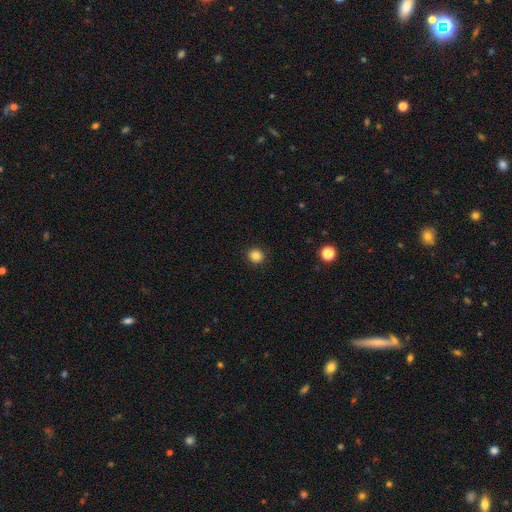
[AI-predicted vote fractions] A smooth galaxy with no disk features (85%) that is round (91%). Merging: none (92%).